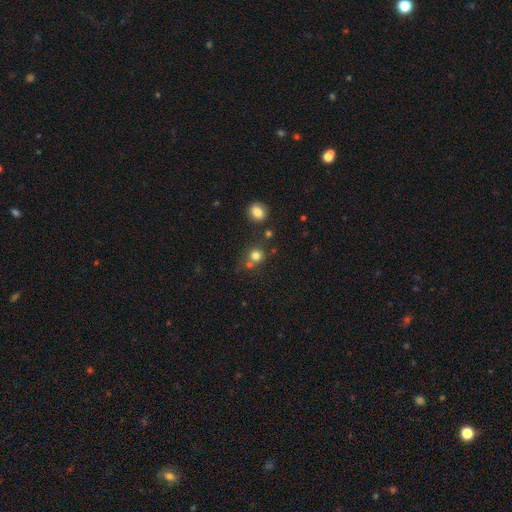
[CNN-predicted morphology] The model was most divided on "merging": none: 61%, merger: 25%, minor disturbance: 9%, major disturbance: 4%. More confident: how rounded — round (86%); smooth or featured — smooth (77%).